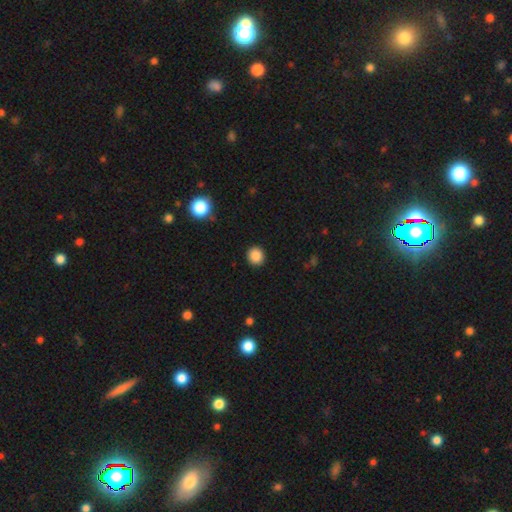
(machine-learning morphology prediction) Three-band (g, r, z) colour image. It shows a smooth galaxy with no disk features (87%) that is round (89%). Merging: none (92%).